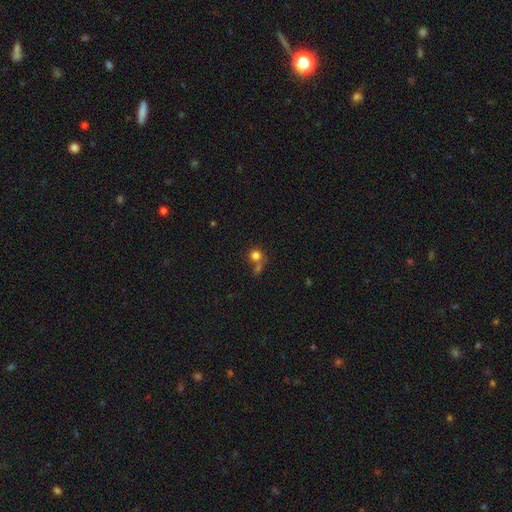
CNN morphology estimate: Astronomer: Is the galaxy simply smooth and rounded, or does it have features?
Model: smooth — 78%.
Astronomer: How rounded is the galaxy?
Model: round — 86%.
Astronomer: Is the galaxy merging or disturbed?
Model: none — 49% (runner-up: merger, 31%).